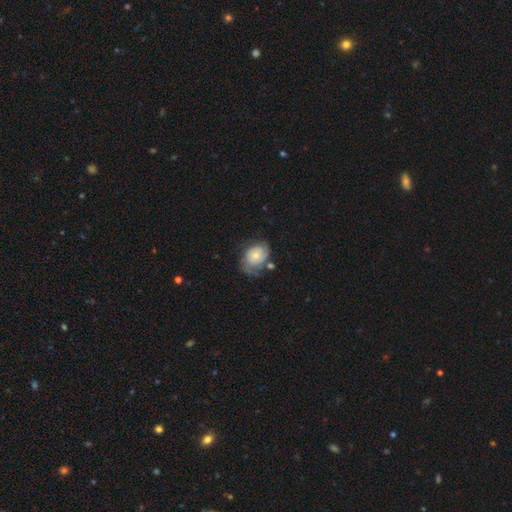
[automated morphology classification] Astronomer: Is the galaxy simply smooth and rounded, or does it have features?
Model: featured or disk — 65%.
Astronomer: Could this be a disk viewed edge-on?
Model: no — 97%.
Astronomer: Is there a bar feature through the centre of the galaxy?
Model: no — 79%.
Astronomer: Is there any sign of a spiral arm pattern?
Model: yes — 86%.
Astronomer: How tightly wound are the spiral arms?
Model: tight — 56%.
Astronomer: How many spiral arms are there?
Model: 2 — 51%.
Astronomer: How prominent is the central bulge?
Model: small — 52% (runner-up: moderate, 39%).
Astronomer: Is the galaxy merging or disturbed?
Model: none — 49% (runner-up: minor disturbance, 26%).